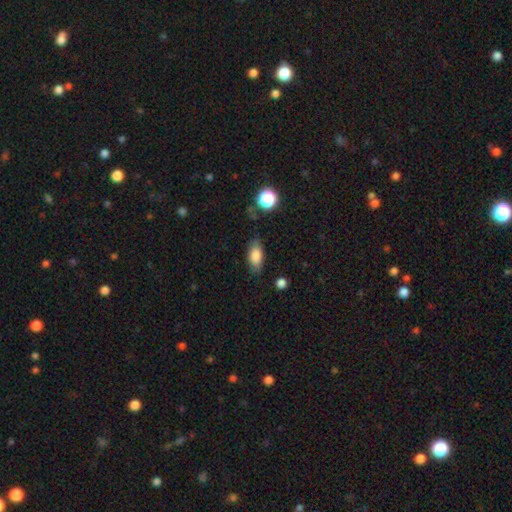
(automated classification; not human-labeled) Q: Smooth or featured?
A: smooth (82%); runner-up: featured or disk (9%)
Q: How rounded?
A: in between (86%); runner-up: cigar-shaped (9%)
Q: Merging?
A: none (79%); runner-up: minor disturbance (16%)